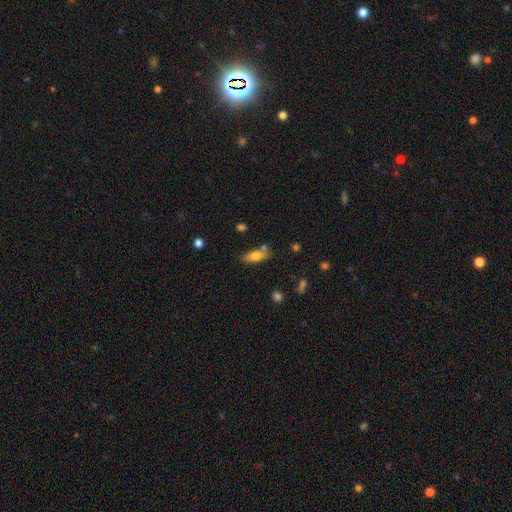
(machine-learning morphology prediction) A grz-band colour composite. It shows a smooth galaxy with no disk features (74%) that is in between round and cigar-shaped (74%). Merging: none (70%).